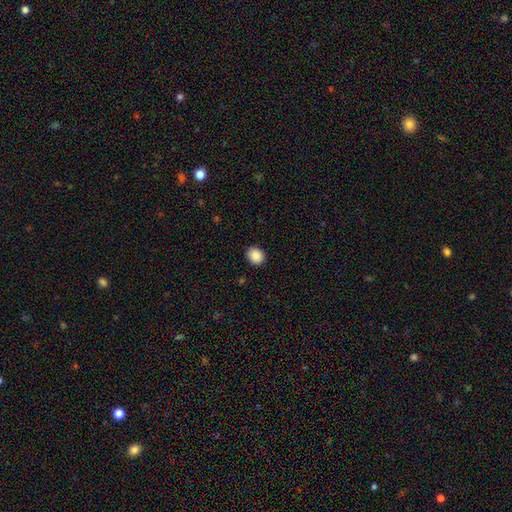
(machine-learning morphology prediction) type=smooth (89%); roundness=round (69%); merging=none (90%).